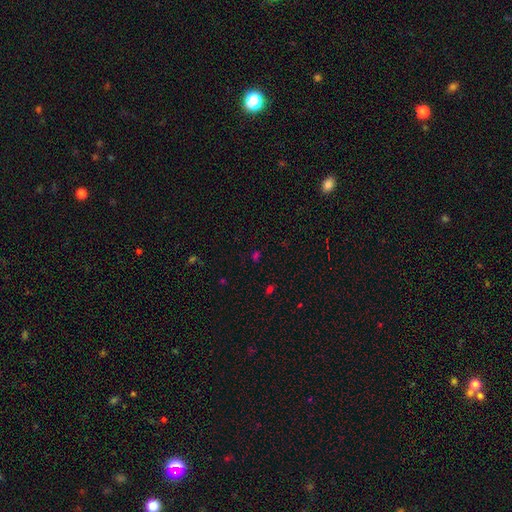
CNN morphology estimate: Smooth or featured: star or artifact — 47% (smooth — 46%)